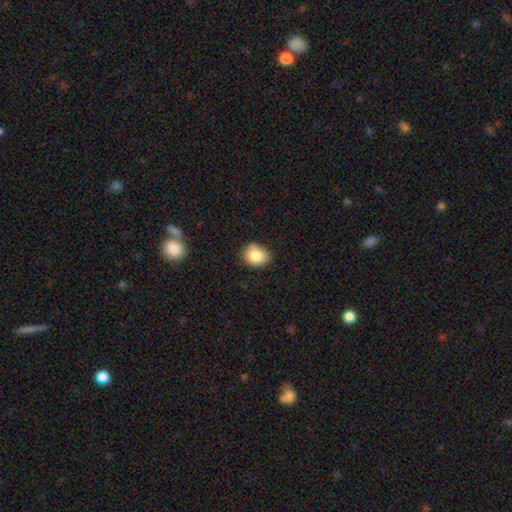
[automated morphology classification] This appears to be a smooth galaxy with no disk features (85%) that is round (54%). Merging: none (75%).